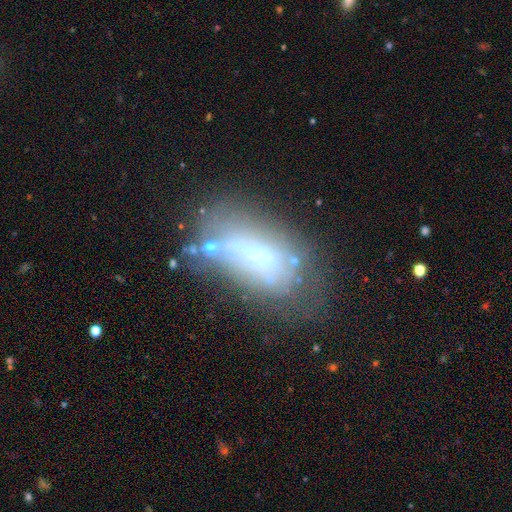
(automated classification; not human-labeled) A featured or disk galaxy (46%). Merging: none (43%).